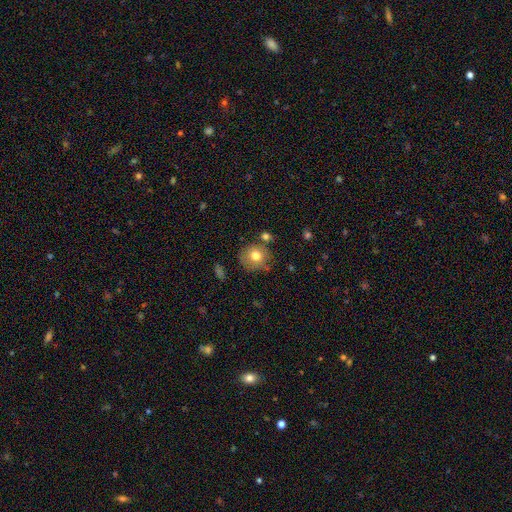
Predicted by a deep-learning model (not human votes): smooth 75%, featured or disk 14%, star or artifact 10%. Down the decision tree: how rounded — round (88%); merging — none (69%).